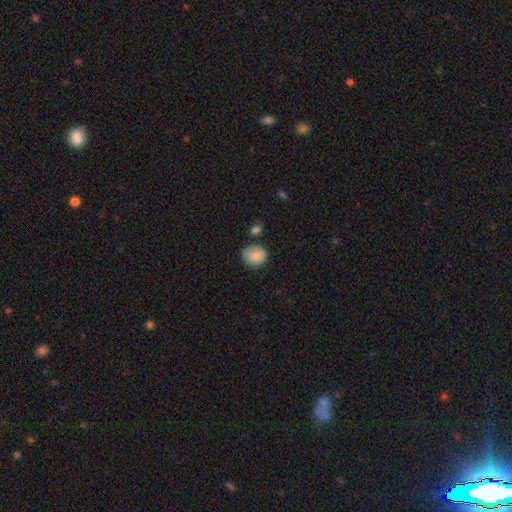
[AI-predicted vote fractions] The model was most divided on "how rounded": round: 65%, in between: 34%, cigar-shaped: 1%. More confident: smooth or featured — smooth (86%); merging — none (68%).